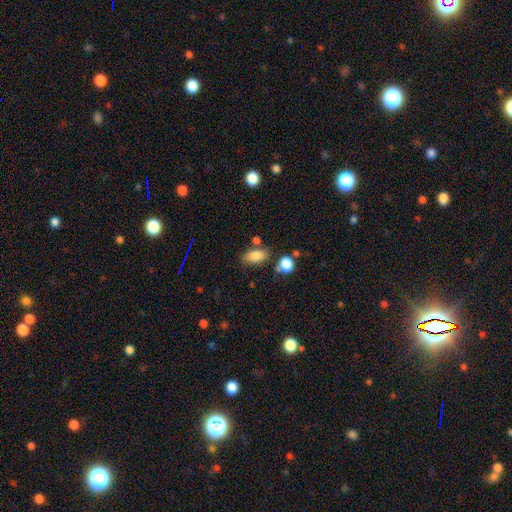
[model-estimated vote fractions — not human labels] Overall: smooth (83%). How rounded: in between (88%). Merging: none (71%).